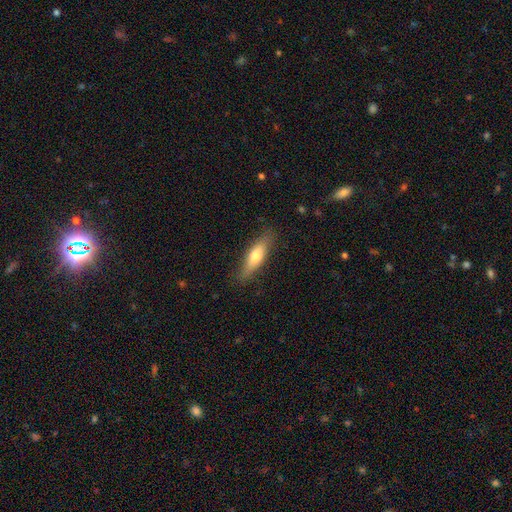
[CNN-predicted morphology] Smooth or featured? smooth (61%)
How rounded? cigar-shaped (63%)
Merging? none (83%)